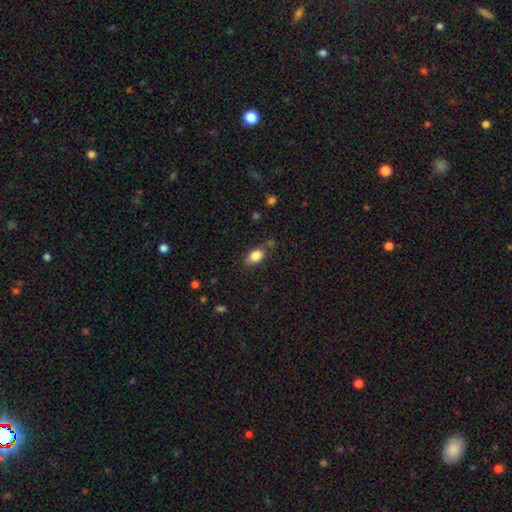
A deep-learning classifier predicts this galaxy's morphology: Smooth or featured? Predicted: smooth (p=0.84). How rounded? Predicted: in between (p=0.84). Merging? Predicted: none (p=0.73).